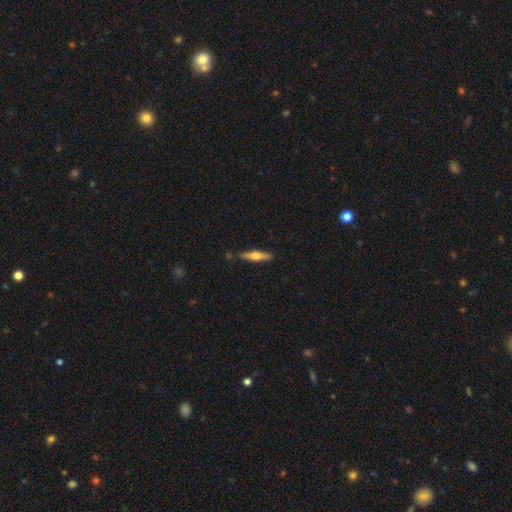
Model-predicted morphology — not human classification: Q: Smooth or featured?
A: featured or disk (54%); runner-up: smooth (41%)
Q: Edge-on disk?
A: yes (96%); runner-up: no (4%)
Q: Edge-on bulge?
A: rounded (89%); runner-up: boxy (7%)
Q: Merging?
A: none (87%); runner-up: minor disturbance (9%)